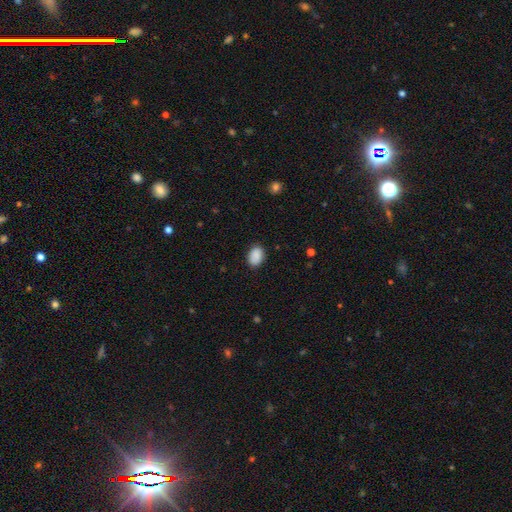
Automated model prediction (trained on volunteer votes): Smooth or featured? Predicted: smooth (p=0.88). How rounded? Predicted: in between (p=0.82). Merging? Predicted: none (p=0.85).